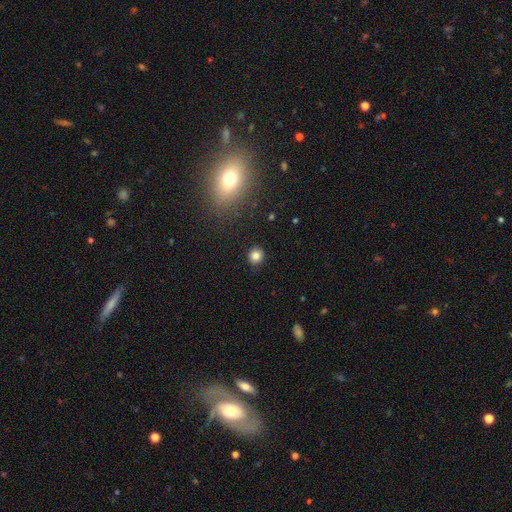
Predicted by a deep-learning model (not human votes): The model was most divided on "smooth or featured": smooth: 83%, star or artifact: 12%, featured or disk: 5%. More confident: how rounded — round (91%); merging — none (90%).